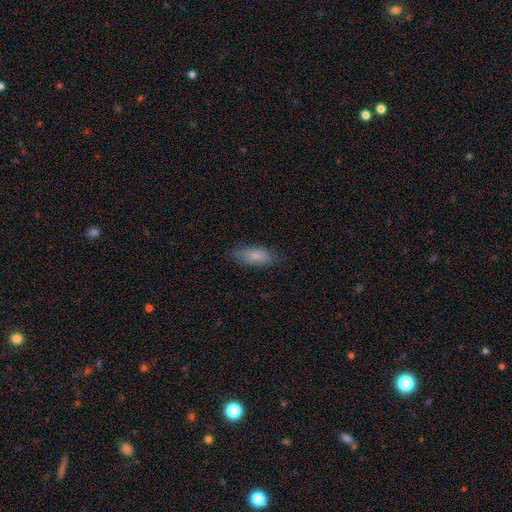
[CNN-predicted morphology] Smooth or featured?
  - smooth: 82% *
  - featured or disk: 12%
  - star or artifact: 6%
How rounded?
  - in between: 78% *
  - cigar-shaped: 20%
  - round: 2%
Merging?
  - none: 78% *
  - minor disturbance: 17%
  - major disturbance: 4%
  - merger: 1%